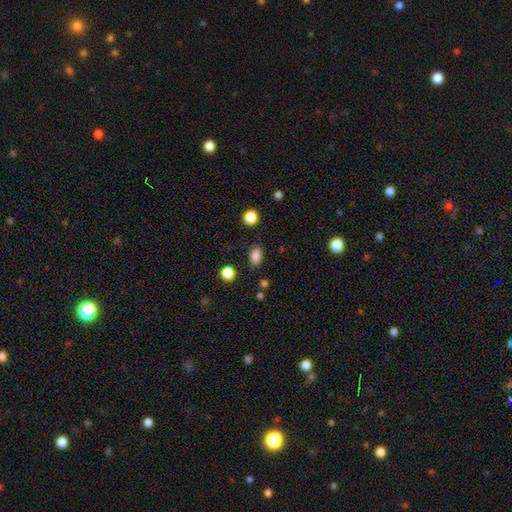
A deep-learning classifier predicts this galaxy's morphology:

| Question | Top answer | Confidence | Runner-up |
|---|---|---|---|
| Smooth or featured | smooth | 85% | star or artifact (11%) |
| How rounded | in between | 85% | round (13%) |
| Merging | none | 81% | minor disturbance (13%) |